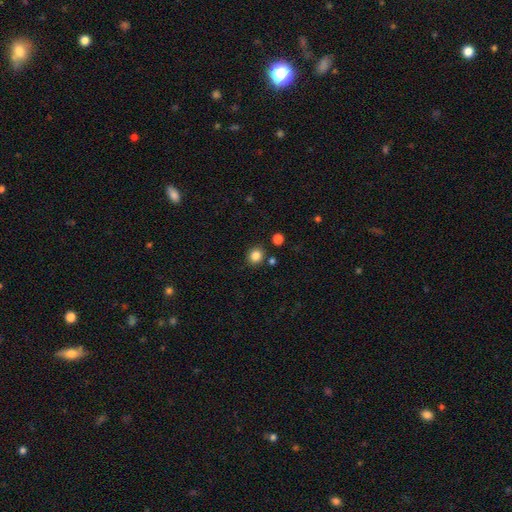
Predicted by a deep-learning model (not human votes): smooth_or_featured: smooth (p=0.84) [alt: star or artifact p=0.11]
how_rounded: round (p=0.78) [alt: in between p=0.21]
merging: none (p=0.84) [alt: minor disturbance p=0.08]